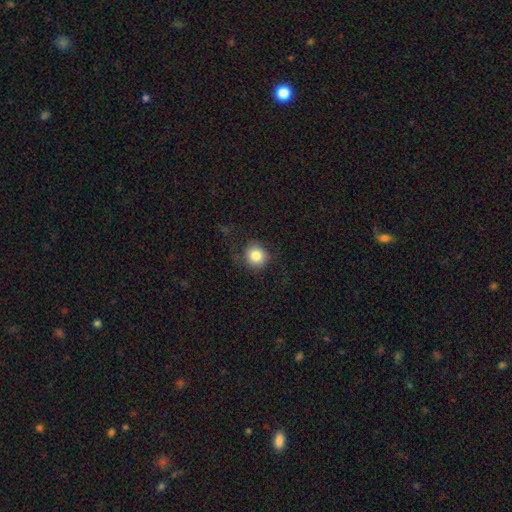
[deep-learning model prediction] Smooth or featured: smooth — 82% (featured or disk — 9%)
How rounded: round — 88% (in between — 11%)
Merging: none — 75% (minor disturbance — 15%)